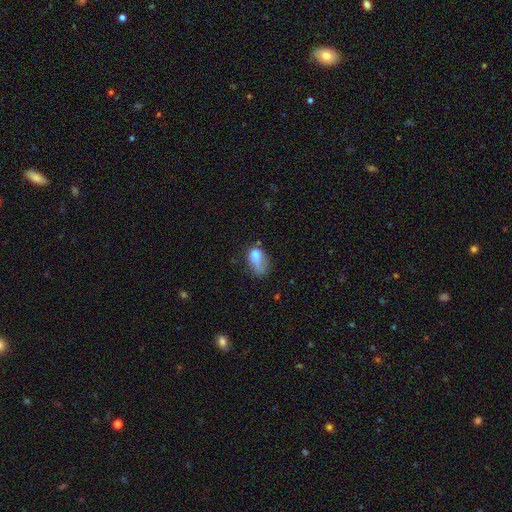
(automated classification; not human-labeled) This appears to be a smooth galaxy with no disk features (74%) that is in between round and cigar-shaped (84%). Merging: major disturbance (35%).